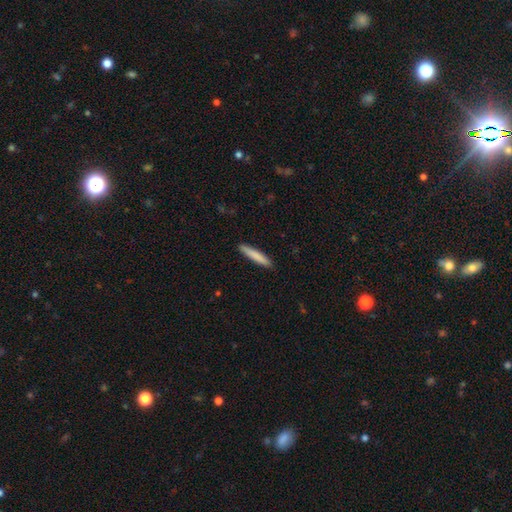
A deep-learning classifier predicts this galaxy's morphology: A smooth galaxy with no disk features (81%) that is cigar-shaped (92%).

Vote fractions:
- Smooth or featured? smooth: 81% / featured or disk: 14% / star or artifact: 5%
- How rounded? cigar-shaped: 92% / in between: 6% / round: 1%
- Merging? none: 90% / minor disturbance: 7% / major disturbance: 1% / merger: 1%